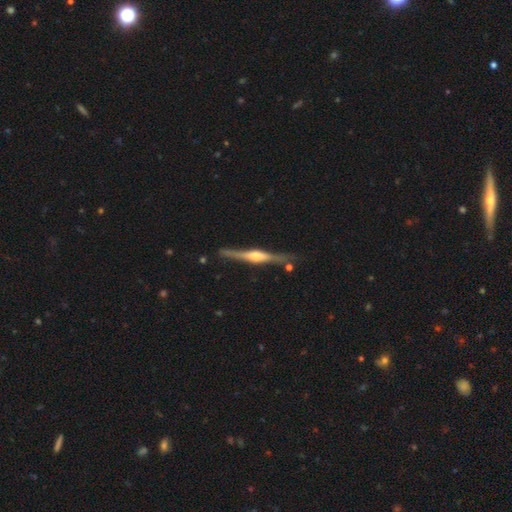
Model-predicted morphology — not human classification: This is clearly a featured or disk galaxy (83%). It is clearly viewed edge-on (98%). Edge-on bulge: likely rounded (76%). Merging: clearly none (83%).